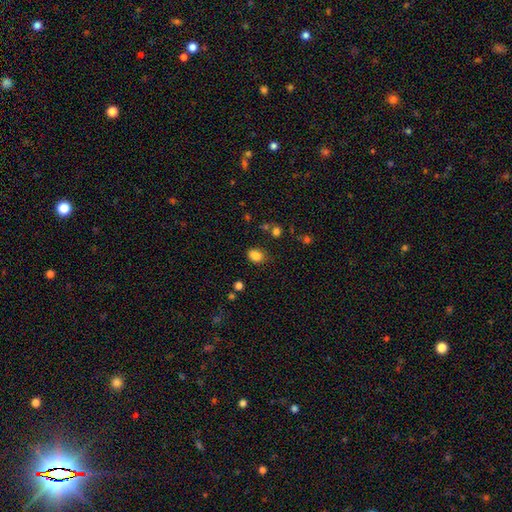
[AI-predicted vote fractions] The model was most divided on "how rounded": in between: 61%, round: 38%, cigar-shaped: 1%. More confident: smooth or featured — smooth (83%); merging — none (71%).